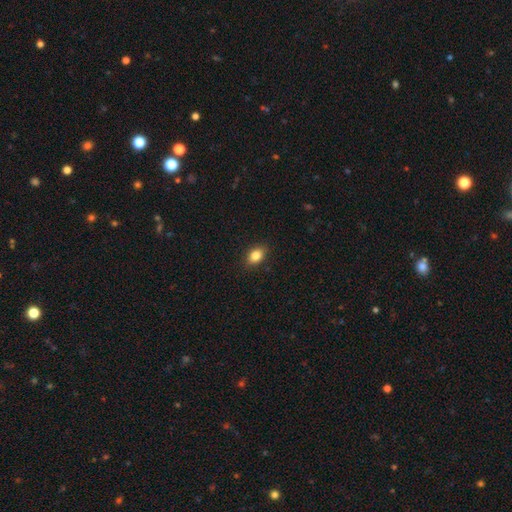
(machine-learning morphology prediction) This appears to be a smooth galaxy with no disk features (84%) that is in between round and cigar-shaped (76%). Merging: none (87%).